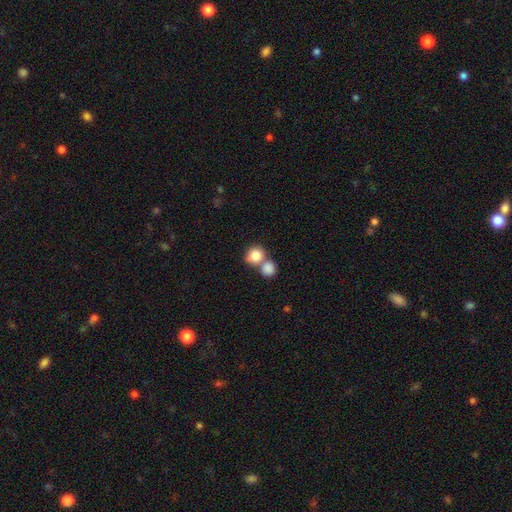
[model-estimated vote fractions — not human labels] A smooth galaxy with no disk features (84%) that is round (80%).

Vote fractions:
- Smooth or featured? smooth: 84% / star or artifact: 8% / featured or disk: 8%
- How rounded? round: 80% / in between: 19% / cigar-shaped: 1%
- Merging? merger: 52% / none: 38% / minor disturbance: 7% / major disturbance: 3%